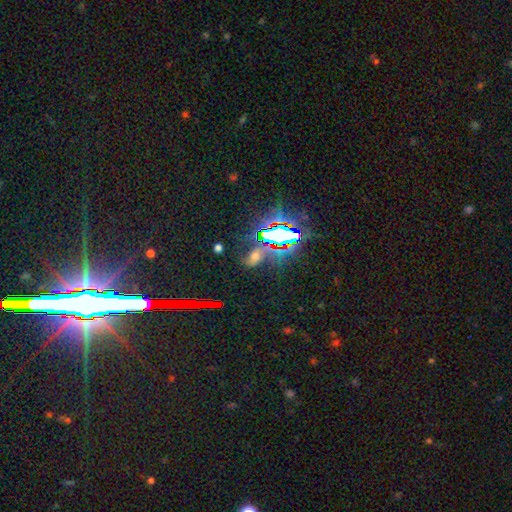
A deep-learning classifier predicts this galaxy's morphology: The model was most divided on "smooth or featured": star or artifact: 48%, featured or disk: 28%, smooth: 24%.